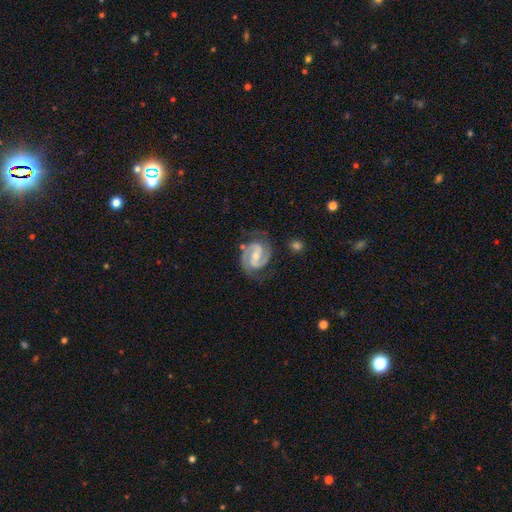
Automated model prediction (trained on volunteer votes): smooth-or-featured: featured or disk: 91% | smooth: 5% | star or artifact: 4%
  disk-edge-on: no: 98% | yes: 2%
    bar: weak: 43% | strong: 37% | no: 19%
    has-spiral-arms: yes: 98% | no: 2%
      spiral-winding: medium: 52% | tight: 39% | loose: 10%
      spiral-arm-count: 2: 93% | can't tell: 2% | 3: 2% | 1: 1% | 4: 1% | more than 4: 1%
    bulge-size: small: 51% | moderate: 43% | none: 3% | large: 2% | dominant: 1%
  merging: none: 76% | minor disturbance: 16% | major disturbance: 5% | merger: 2%